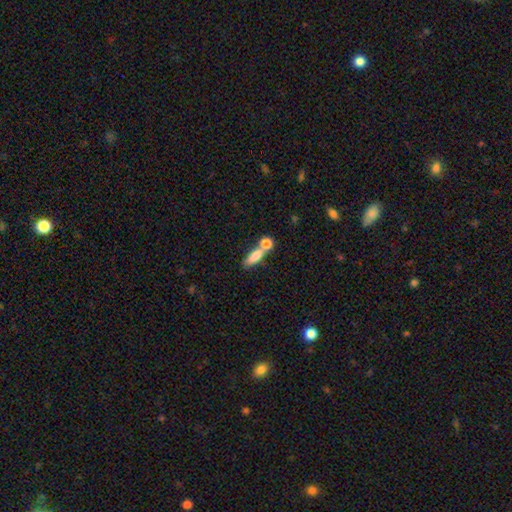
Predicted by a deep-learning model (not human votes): This appears to be a smooth galaxy with no disk features (75%) that is in between round and cigar-shaped (55%). Merging: merger (45%).